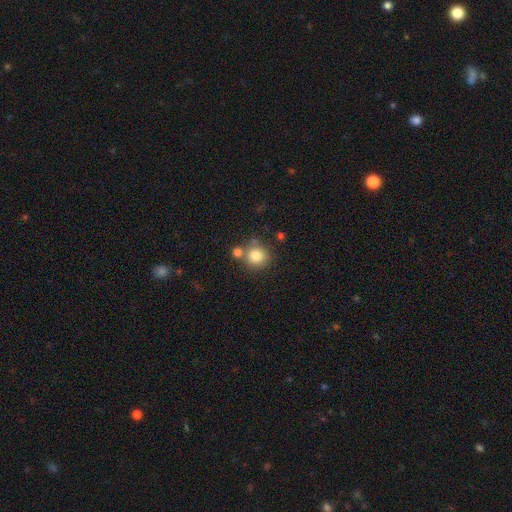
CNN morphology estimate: A smooth galaxy with no disk features (80%) that is round (90%).

Vote fractions:
- Smooth or featured? smooth: 80% / star or artifact: 11% / featured or disk: 8%
- How rounded? round: 90% / in between: 9% / cigar-shaped: 1%
- Merging? none: 68% / merger: 19% / minor disturbance: 10% / major disturbance: 3%